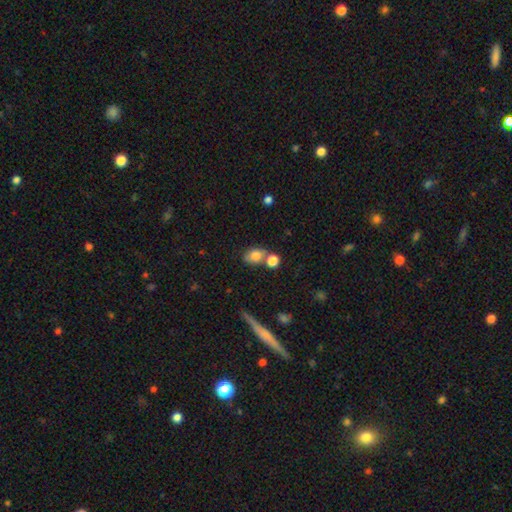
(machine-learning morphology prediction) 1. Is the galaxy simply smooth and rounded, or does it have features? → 76% smooth, 13% featured or disk, 11% star or artifact.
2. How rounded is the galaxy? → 61% in between, 36% round, 2% cigar-shaped.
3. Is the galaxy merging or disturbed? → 54% none, 27% merger, 14% minor disturbance, 5% major disturbance.